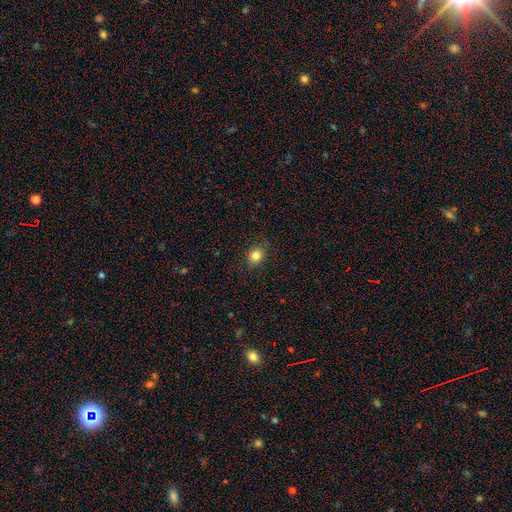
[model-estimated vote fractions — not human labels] Smooth or featured? Predicted: smooth (p=0.84). How rounded? Predicted: round (p=0.61). Merging? Predicted: none (p=0.86).